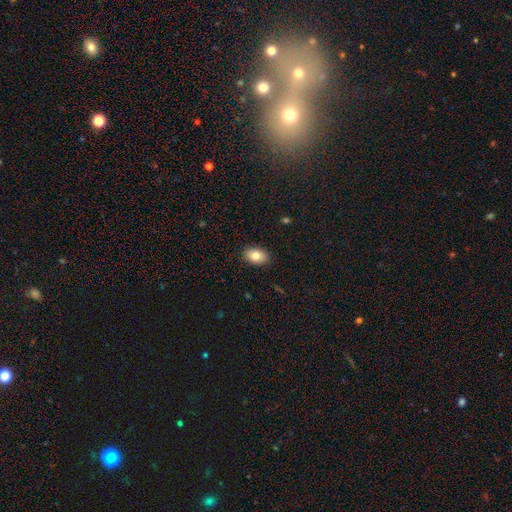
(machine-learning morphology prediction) This is clearly a smooth galaxy (81%). How rounded: clearly in between (88%). Merging: clearly none (89%).